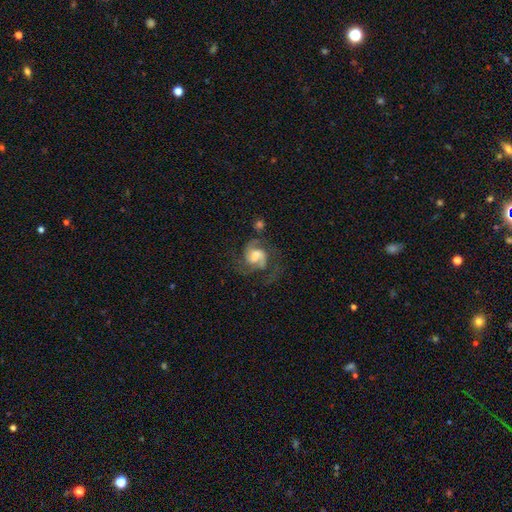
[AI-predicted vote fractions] Smooth or featured? Predicted: featured or disk (p=0.83). Edge-on disk? Predicted: no (p=0.98). Bar? Predicted: weak (p=0.53). Spiral arms? Predicted: yes (p=0.95). Spiral winding? Predicted: medium (p=0.54). Spiral arm count? Predicted: 2 (p=0.66). Bulge size? Predicted: moderate (p=0.40). Merging? Predicted: none (p=0.52).